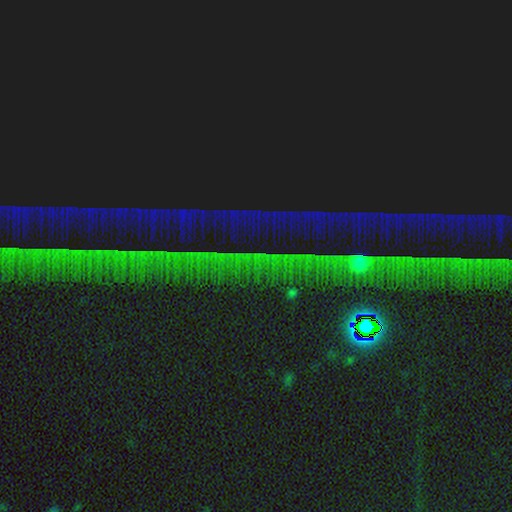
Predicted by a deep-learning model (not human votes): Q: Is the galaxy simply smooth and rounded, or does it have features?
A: star or artifact — 84%.